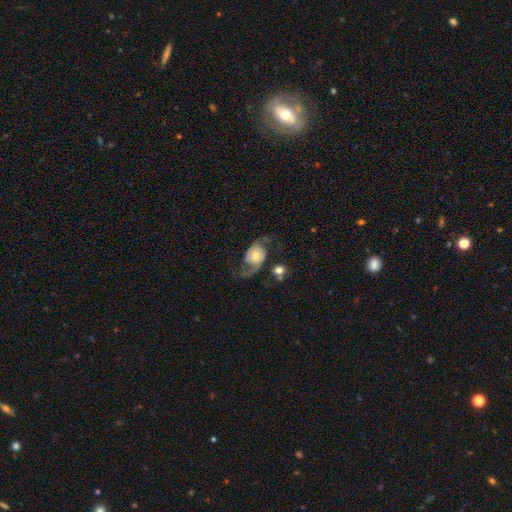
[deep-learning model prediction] This is likely a featured or disk galaxy (78%). It is clearly not viewed edge-on (97%). Bar: likely no (66%). Spiral arm pattern: clearly yes (94%). Spiral arm count: clearly 2 (87%). Spiral winding: possibly loose (59%). Central bulge: possibly moderate (48%). Merging: possibly none (56%).